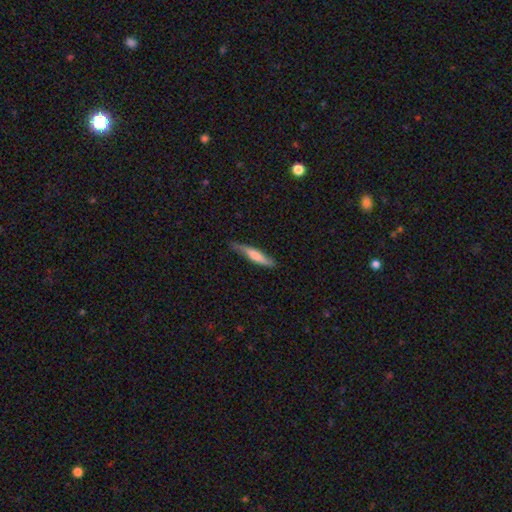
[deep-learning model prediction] Q: Smooth or featured?
A: smooth (65%); runner-up: featured or disk (29%)
Q: How rounded?
A: cigar-shaped (85%); runner-up: in between (14%)
Q: Merging?
A: none (65%); runner-up: minor disturbance (28%)